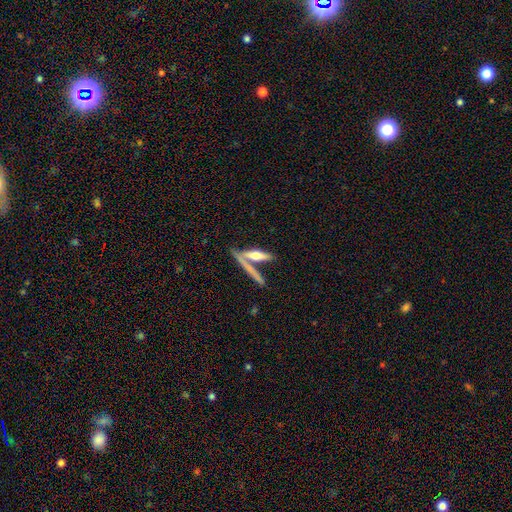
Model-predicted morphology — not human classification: Smooth or featured?
  - smooth: 47% *
  - featured or disk: 46%
  - star or artifact: 7%
Merging?
  - none: 47% *
  - merger: 35%
  - minor disturbance: 11%
  - major disturbance: 6%